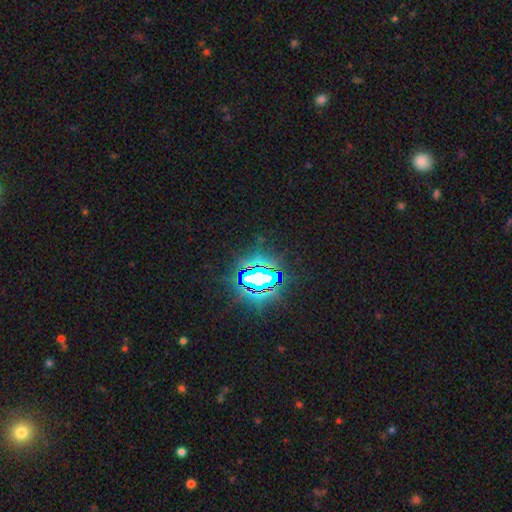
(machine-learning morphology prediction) This appears to be a star or artifact, not a galaxy (80%).